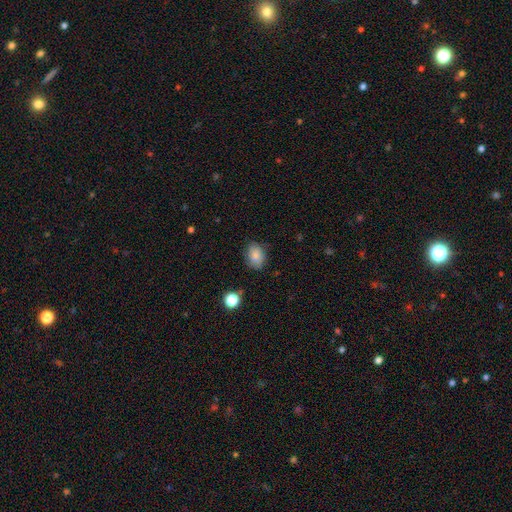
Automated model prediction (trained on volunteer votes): Smooth or featured? smooth (81%)
How rounded? in between (71%)
Merging? none (77%)